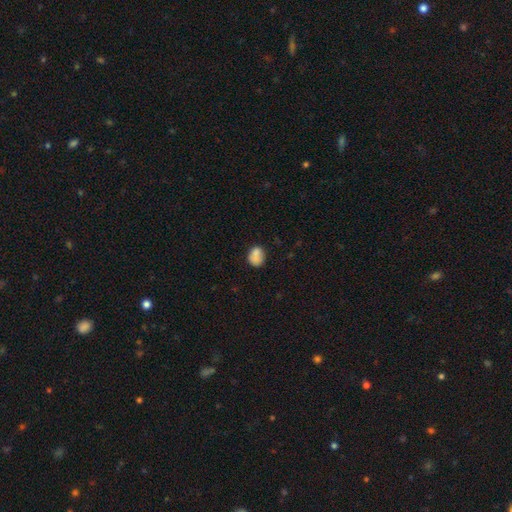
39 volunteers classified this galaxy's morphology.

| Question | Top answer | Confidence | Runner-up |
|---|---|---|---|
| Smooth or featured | smooth | 79% | featured or disk (18%) |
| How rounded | round | 71% | in between (29%) |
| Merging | none | 61% | merger (26%) |